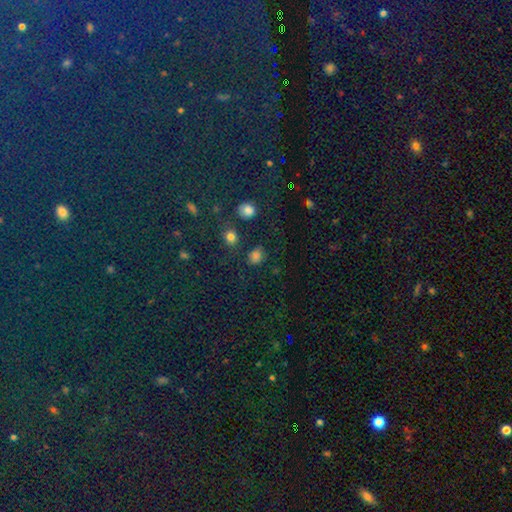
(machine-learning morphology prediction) A smooth galaxy with no disk features (78%) that is round (61%). Merging: none (75%).